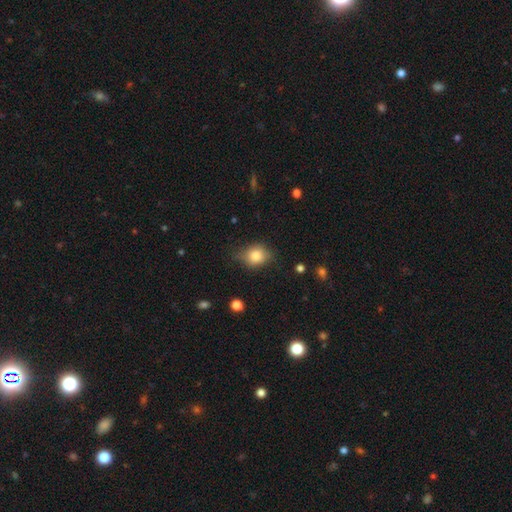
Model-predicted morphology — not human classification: Smooth or featured?
  - smooth: 81% *
  - featured or disk: 10%
  - star or artifact: 9%
How rounded?
  - round: 54% *
  - in between: 45%
  - cigar-shaped: 1%
Merging?
  - none: 68% *
  - minor disturbance: 25%
  - major disturbance: 6%
  - merger: 2%